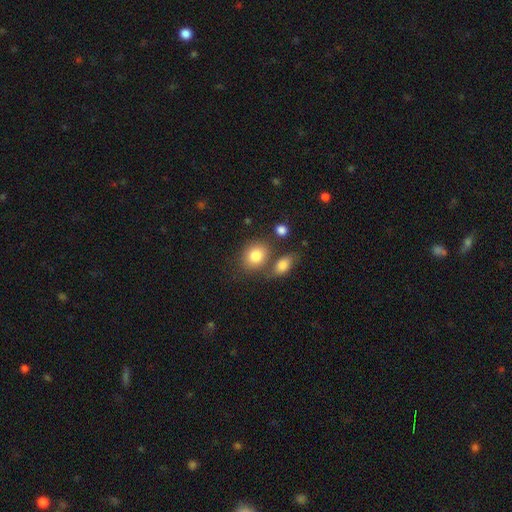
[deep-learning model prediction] A smooth galaxy with no disk features (83%) that is in between round and cigar-shaped (51%). Merging: none (61%).